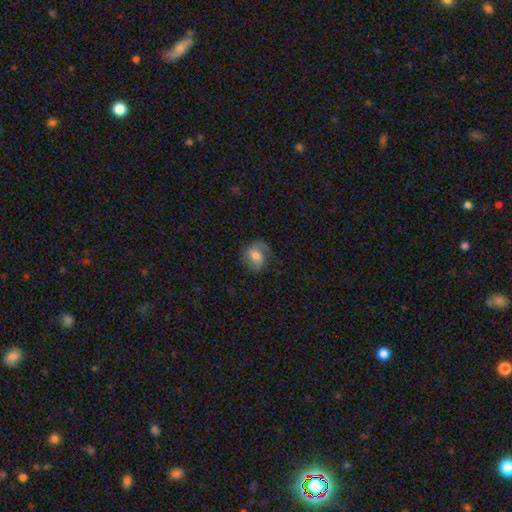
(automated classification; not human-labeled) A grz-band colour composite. It shows a featured or disk galaxy (47%). Merging: none (58%).